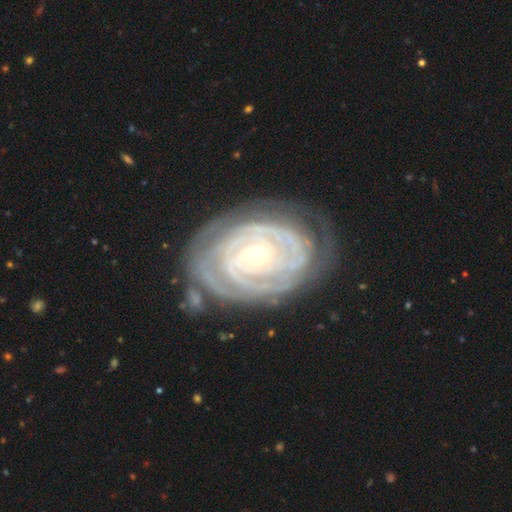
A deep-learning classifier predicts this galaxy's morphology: This appears to be a featured or disk galaxy (87%) with no bar (77%), tight (85%) spiral arms (94%) and a small central bulge (75%). Merging: none (70%).